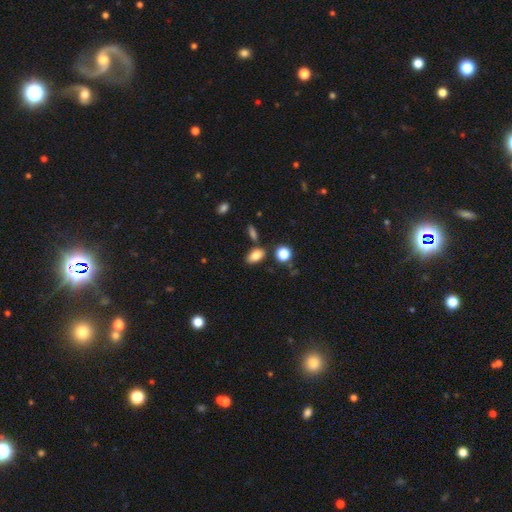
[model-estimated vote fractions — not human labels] smooth-or-featured: smooth: 82% | star or artifact: 10% | featured or disk: 9%
  how-rounded: in between: 86% | round: 11% | cigar-shaped: 3%
  merging: none: 76% | minor disturbance: 12% | merger: 9% | major disturbance: 3%